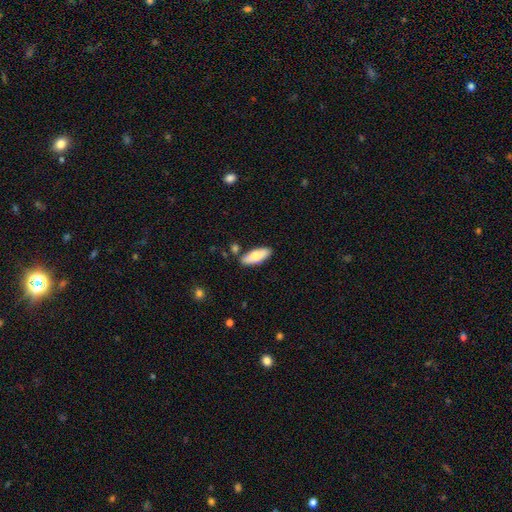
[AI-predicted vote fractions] Morphology: type=smooth (68%); roundness=in between (73%); merging=none (80%).